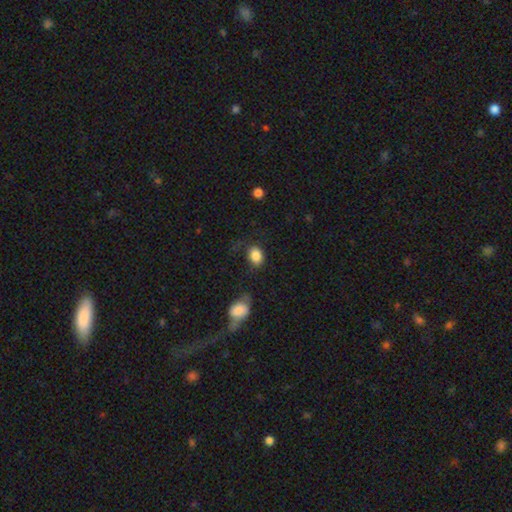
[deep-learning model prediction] Q: Smooth or featured?
A: smooth (86%); runner-up: star or artifact (8%)
Q: How rounded?
A: in between (62%); runner-up: round (37%)
Q: Merging?
A: none (65%); runner-up: minor disturbance (20%)